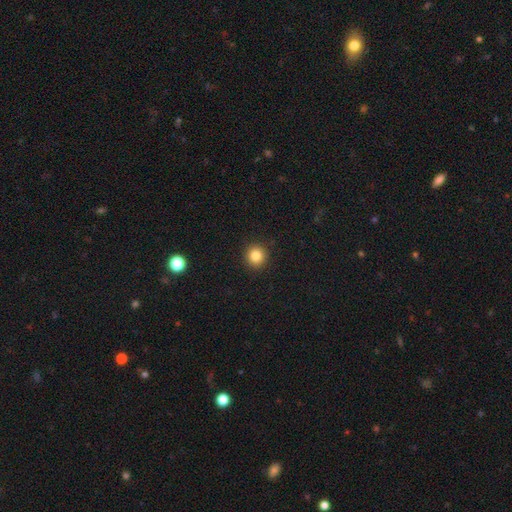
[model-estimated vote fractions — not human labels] smooth-or-featured: smooth: 83% | star or artifact: 12% | featured or disk: 6%
  how-rounded: round: 94% | in between: 5% | cigar-shaped: 1%
  merging: none: 93% | minor disturbance: 5% | major disturbance: 2% | merger: 1%